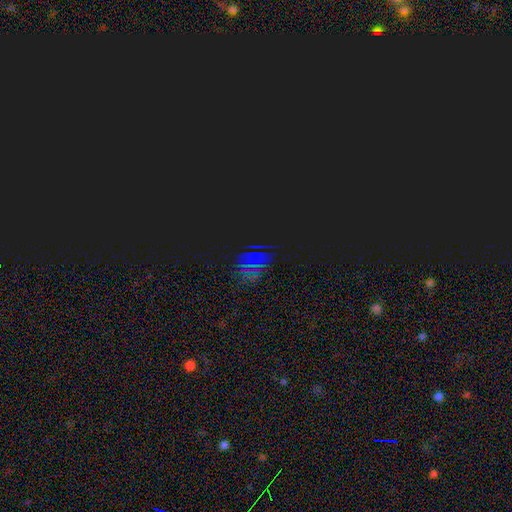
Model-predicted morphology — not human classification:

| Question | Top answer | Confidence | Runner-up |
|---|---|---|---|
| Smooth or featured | star or artifact | 74% | smooth (18%) |